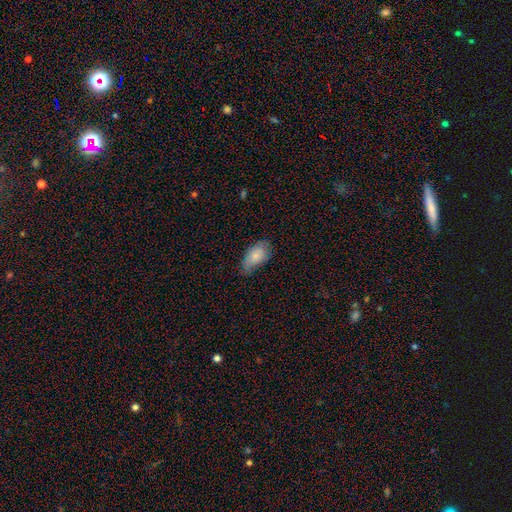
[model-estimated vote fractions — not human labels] Q: Smooth or featured?
A: smooth (77%); runner-up: featured or disk (16%)
Q: How rounded?
A: in between (93%); runner-up: round (5%)
Q: Merging?
A: none (52%); runner-up: minor disturbance (36%)